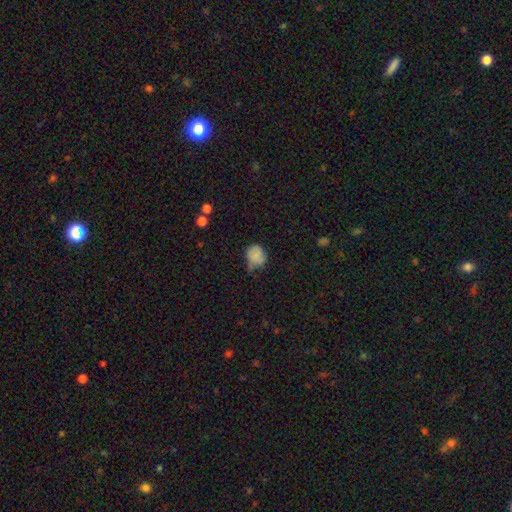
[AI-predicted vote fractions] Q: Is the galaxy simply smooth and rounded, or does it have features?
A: smooth — 78%.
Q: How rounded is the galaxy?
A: round — 62%.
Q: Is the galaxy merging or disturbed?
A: minor disturbance — 43%.